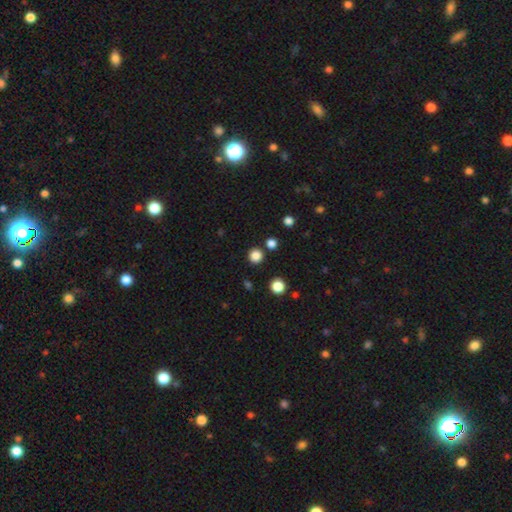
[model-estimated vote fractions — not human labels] Q: Smooth or featured?
A: smooth (83%); runner-up: star or artifact (13%)
Q: How rounded?
A: round (95%); runner-up: in between (4%)
Q: Merging?
A: none (89%); runner-up: minor disturbance (5%)